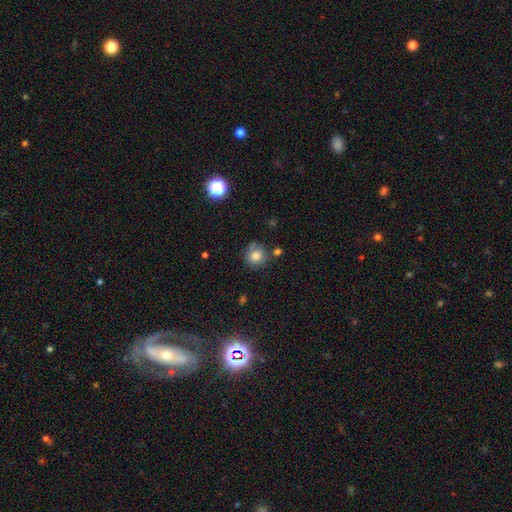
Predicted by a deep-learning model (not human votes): This appears to be a smooth galaxy with no disk features (81%) that is round (86%). Merging: none (67%).